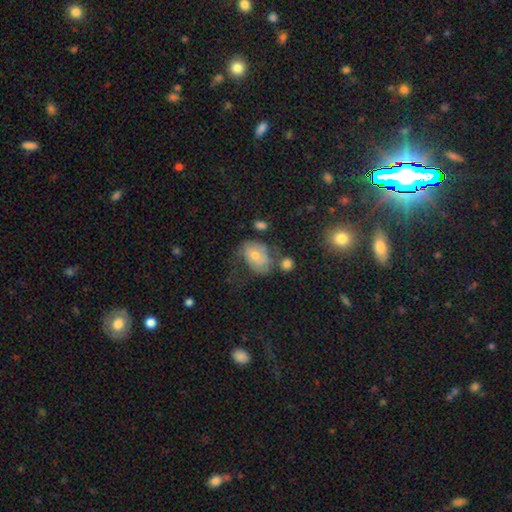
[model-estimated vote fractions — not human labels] featured or disk 48%, smooth 41%, star or artifact 11%. Down the decision tree: merging — none (38%).